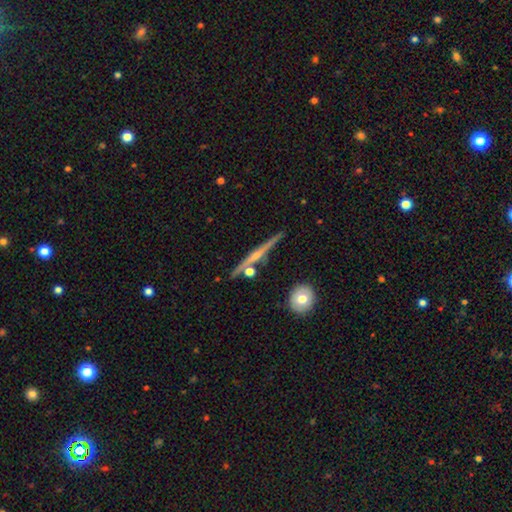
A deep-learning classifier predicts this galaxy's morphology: Smooth or featured? Predicted: featured or disk (p=0.59). Edge-on disk? Predicted: yes (p=0.91). Edge-on bulge? Predicted: rounded (p=0.56). Merging? Predicted: none (p=0.80).